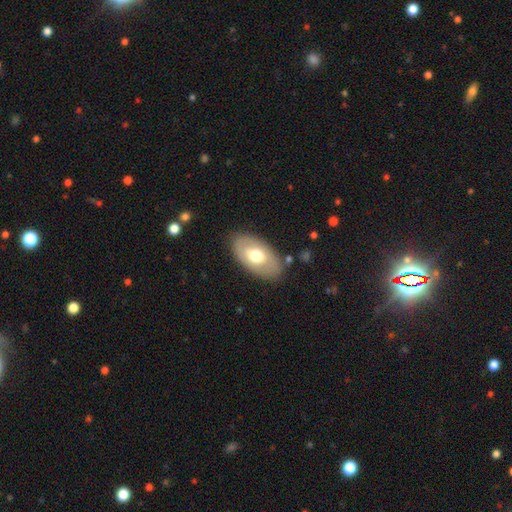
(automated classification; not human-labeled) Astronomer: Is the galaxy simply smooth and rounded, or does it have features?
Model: smooth — 55% (runner-up: featured or disk, 39%).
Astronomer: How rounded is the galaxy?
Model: in between — 92%.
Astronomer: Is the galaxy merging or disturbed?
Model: none — 81%.